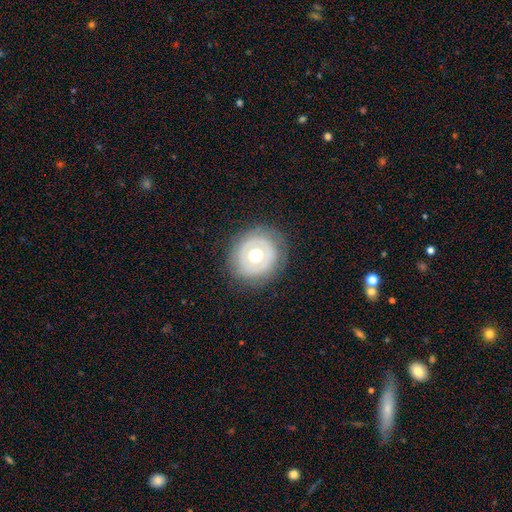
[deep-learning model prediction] A featured or disk galaxy (47%). Merging: none (81%).